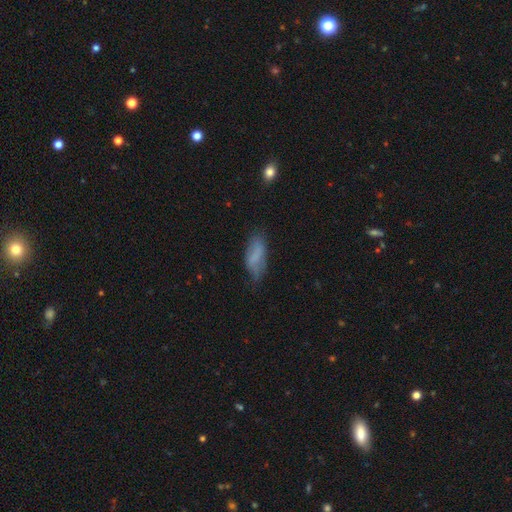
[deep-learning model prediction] This is likely a smooth galaxy (68%). How rounded: likely in between (78%). Merging: possibly none (53%).